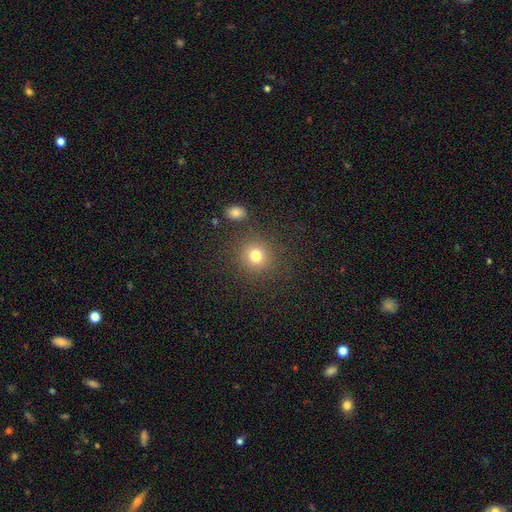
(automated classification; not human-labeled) Overall: smooth (79%). How rounded: round (89%). Merging: none (84%).